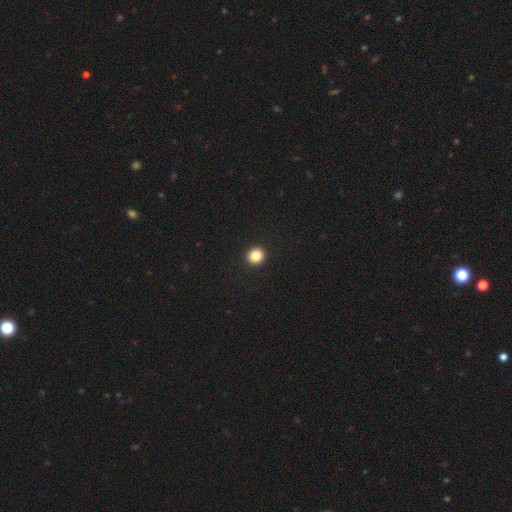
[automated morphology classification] Smooth or featured? Predicted: smooth (p=0.85). How rounded? Predicted: round (p=0.91). Merging? Predicted: none (p=0.94).